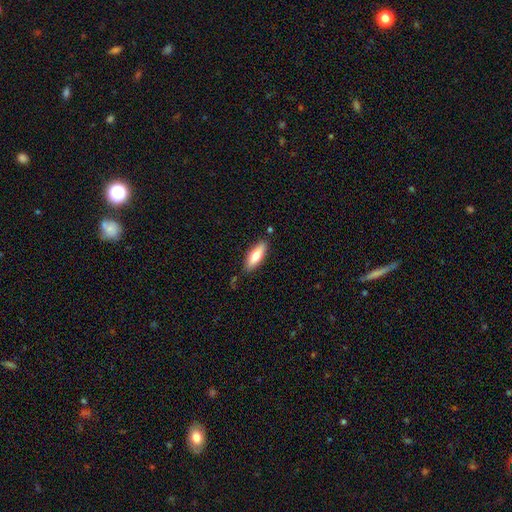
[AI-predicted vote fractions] Smooth or featured?
  - smooth: 76% *
  - featured or disk: 18%
  - star or artifact: 6%
How rounded?
  - in between: 56% *
  - cigar-shaped: 43%
  - round: 2%
Merging?
  - none: 80% *
  - minor disturbance: 14%
  - merger: 3%
  - major disturbance: 3%